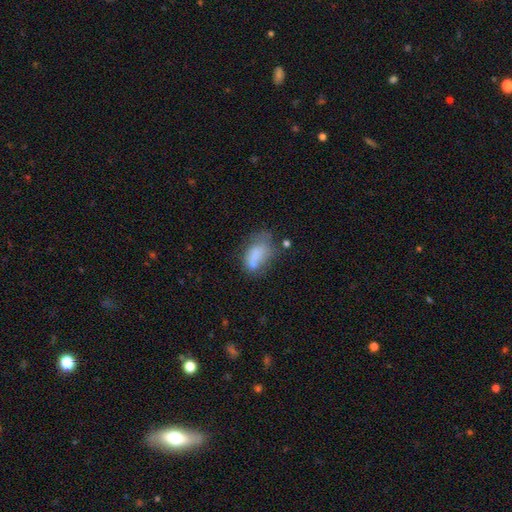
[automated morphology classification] Smooth or featured?
  - smooth: 69% *
  - featured or disk: 20%
  - star or artifact: 10%
How rounded?
  - in between: 88% *
  - round: 9%
  - cigar-shaped: 3%
Merging?
  - none: 31% *
  - minor disturbance: 27%
  - major disturbance: 23%
  - merger: 19%